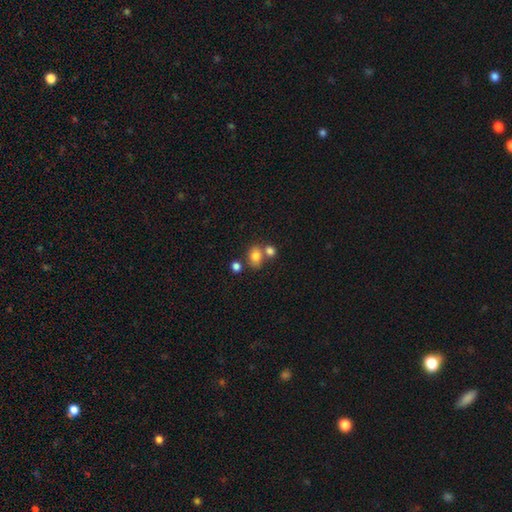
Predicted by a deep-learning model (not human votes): A smooth galaxy with no disk features (79%) that is in between round and cigar-shaped (53%). Merging: none (50%).